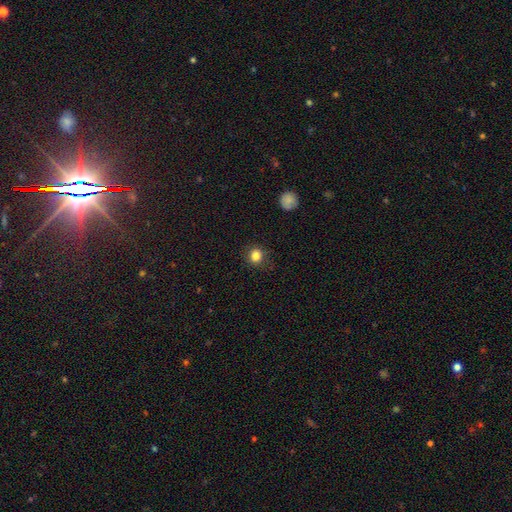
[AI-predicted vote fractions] smooth 83%, star or artifact 12%, featured or disk 5%. Down the decision tree: how rounded — round (84%); merging — none (85%).